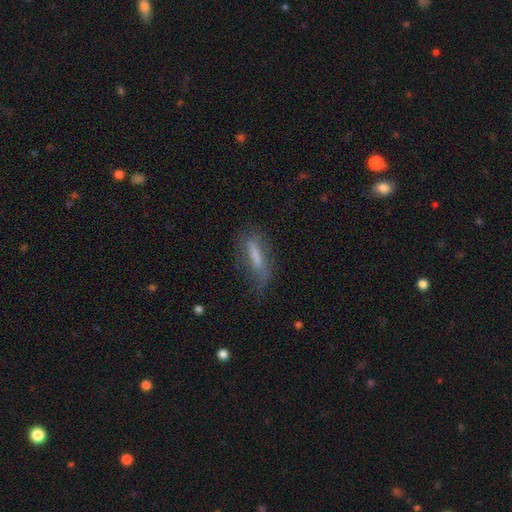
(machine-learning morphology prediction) The model was most divided on "smooth or featured": smooth: 58%, featured or disk: 31%, star or artifact: 10%. More confident: how rounded — cigar-shaped (72%); merging — none (58%).